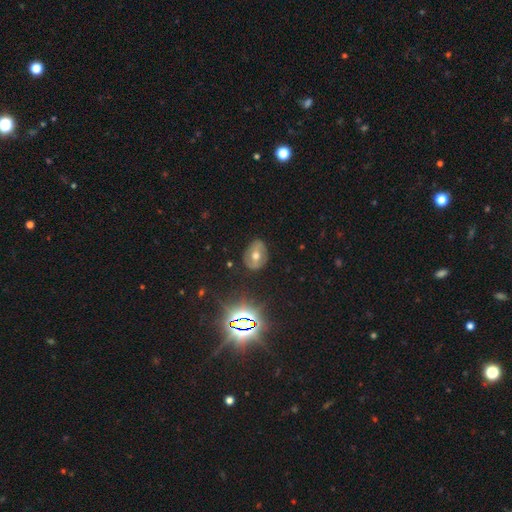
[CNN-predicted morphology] smooth_or_featured: featured or disk (p=0.49) [alt: smooth p=0.34]
merging: none (p=0.78) [alt: minor disturbance p=0.15]